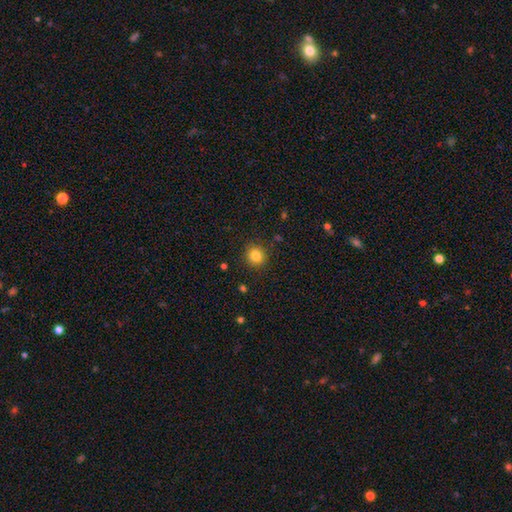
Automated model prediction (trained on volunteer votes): smooth-or-featured: smooth: 83% | star or artifact: 11% | featured or disk: 6%
  how-rounded: round: 91% | in between: 8% | cigar-shaped: 1%
  merging: none: 90% | minor disturbance: 7% | major disturbance: 2% | merger: 1%